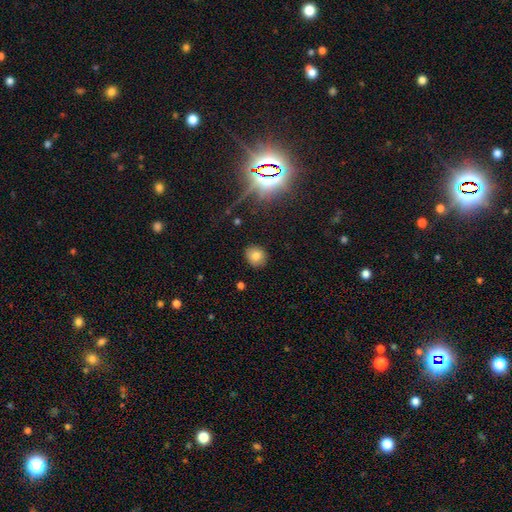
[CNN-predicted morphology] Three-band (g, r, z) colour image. It shows a smooth galaxy with no disk features (78%) that is round (75%). Merging: none (89%).